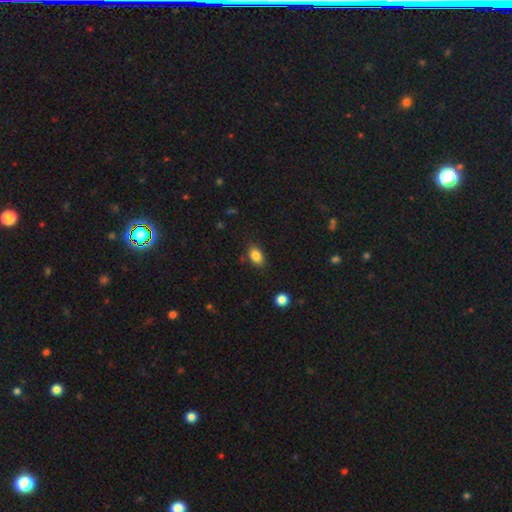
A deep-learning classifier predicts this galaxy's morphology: smooth-or-featured: smooth: 85% | star or artifact: 9% | featured or disk: 6%
  how-rounded: in between: 85% | round: 13% | cigar-shaped: 2%
  merging: none: 83% | minor disturbance: 13% | major disturbance: 3% | merger: 2%